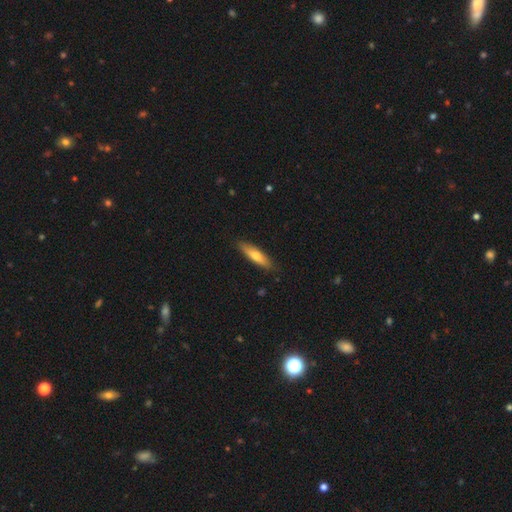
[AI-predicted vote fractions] Smooth or featured: smooth — 66% (featured or disk — 28%)
How rounded: cigar-shaped — 70% (in between — 28%)
Merging: none — 87% (minor disturbance — 10%)